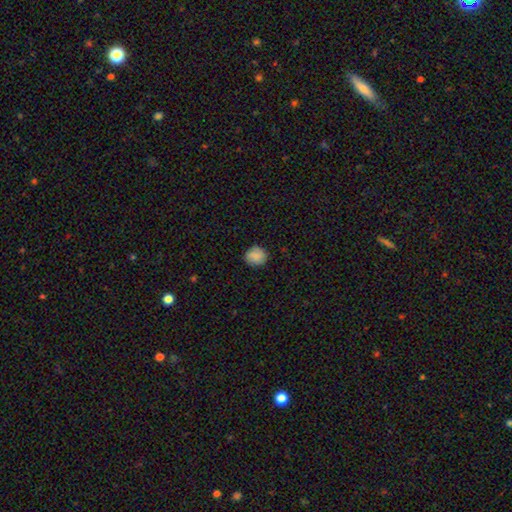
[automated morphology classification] The model was most divided on "how rounded": round: 77%, in between: 22%, cigar-shaped: 1%. More confident: smooth or featured — smooth (87%); merging — none (85%).